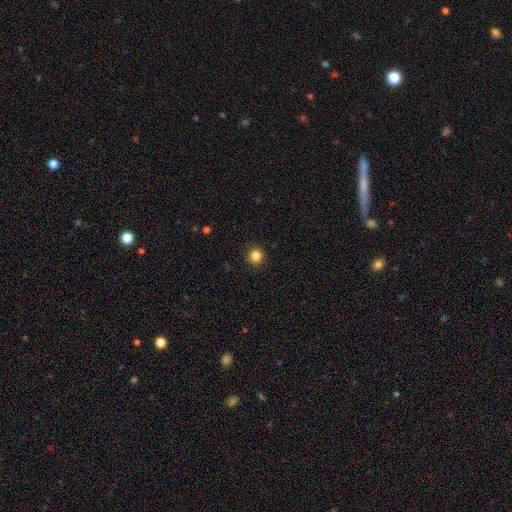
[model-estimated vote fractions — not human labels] Morphology: type=smooth (84%); roundness=round (94%); merging=none (92%).